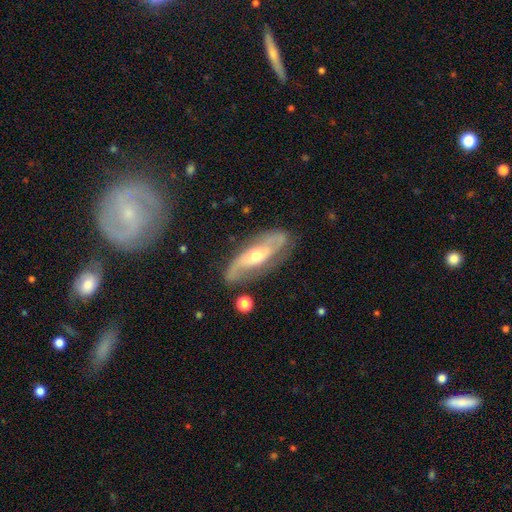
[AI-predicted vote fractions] Q: Smooth or featured?
A: featured or disk (79%); runner-up: smooth (16%)
Q: Edge-on disk?
A: no (85%); runner-up: yes (15%)
Q: Bar?
A: no (53%); runner-up: weak (31%)
Q: Spiral arms?
A: yes (91%); runner-up: no (9%)
Q: Spiral winding?
A: loose (42%); runner-up: medium (38%)
Q: Spiral arm count?
A: 2 (83%); runner-up: can't tell (9%)
Q: Bulge size?
A: moderate (55%); runner-up: small (39%)
Q: Merging?
A: none (73%); runner-up: minor disturbance (18%)